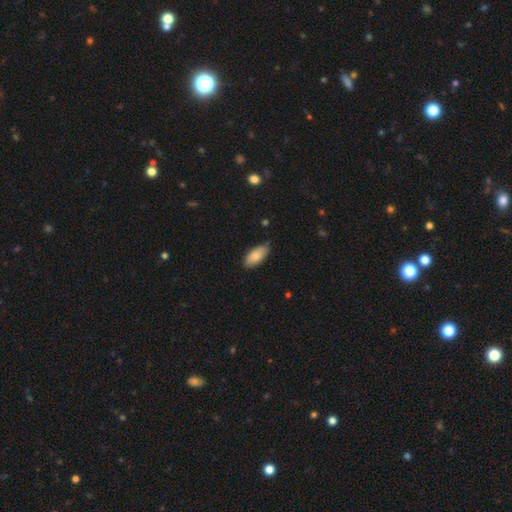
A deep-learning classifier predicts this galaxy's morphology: smooth_or_featured: smooth (p=0.81) [alt: featured or disk p=0.13]
how_rounded: in between (p=0.91) [alt: cigar-shaped p=0.07]
merging: none (p=0.79) [alt: minor disturbance p=0.18]